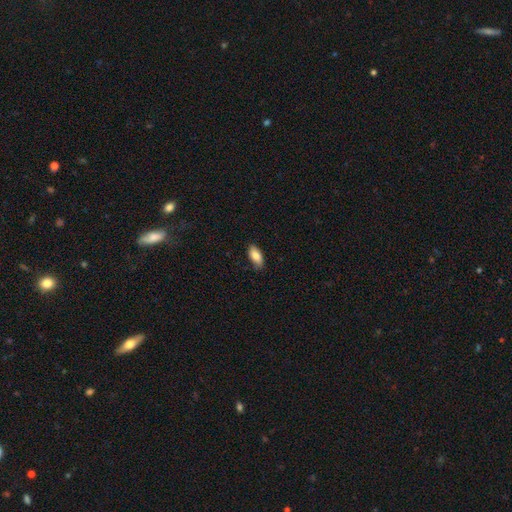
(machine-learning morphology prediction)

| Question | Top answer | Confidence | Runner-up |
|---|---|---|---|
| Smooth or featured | smooth | 84% | featured or disk (10%) |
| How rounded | in between | 90% | cigar-shaped (8%) |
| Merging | none | 82% | minor disturbance (15%) |